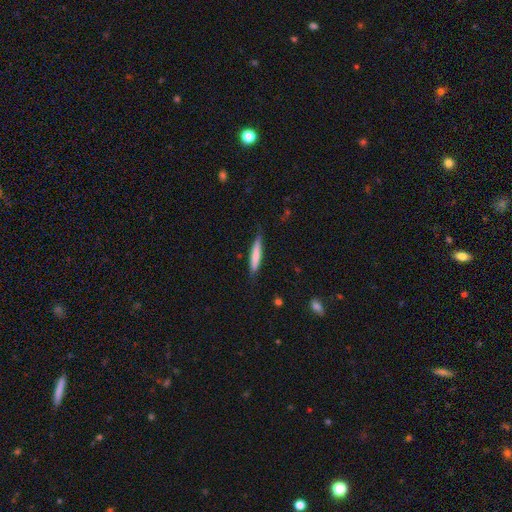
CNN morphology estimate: type=smooth (71%); roundness=cigar-shaped (91%); merging=none (80%).